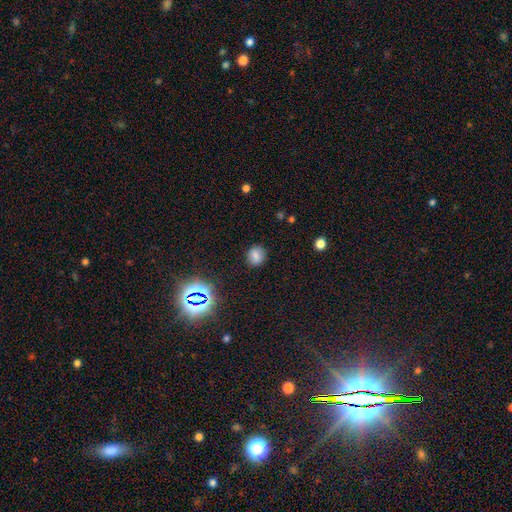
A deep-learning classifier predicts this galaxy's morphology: The model was most divided on "how rounded": round: 76%, in between: 23%, cigar-shaped: 1%. More confident: merging — none (87%); smooth or featured — smooth (76%).